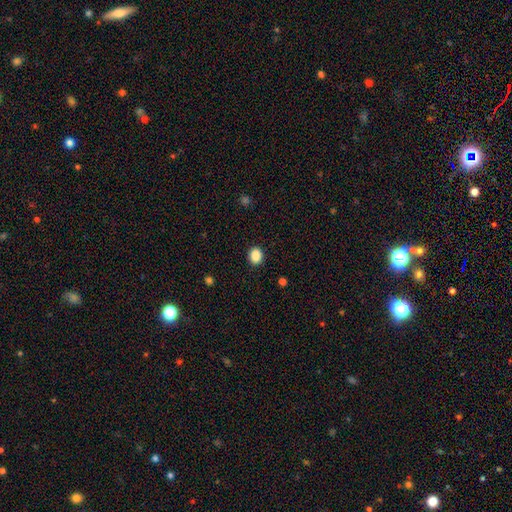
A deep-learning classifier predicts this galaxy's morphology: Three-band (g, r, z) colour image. It shows a smooth galaxy with no disk features (87%) that is round (67%). Merging: none (91%).